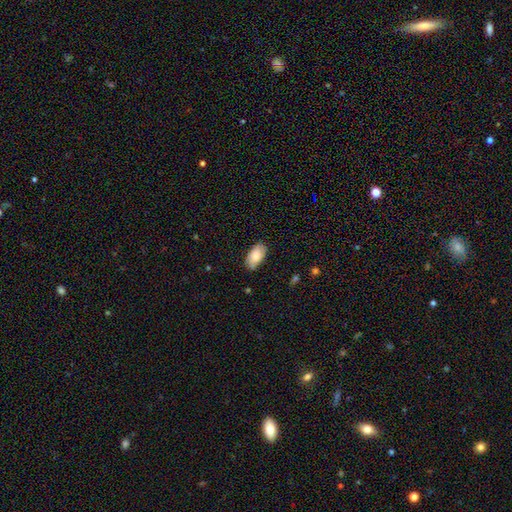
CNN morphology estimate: smooth 82%, featured or disk 12%, star or artifact 6%. Down the decision tree: how rounded — in between (95%); merging — none (79%).